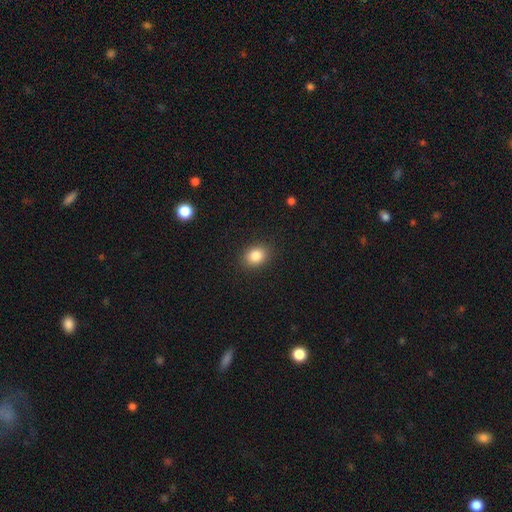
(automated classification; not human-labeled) Q: Smooth or featured?
A: smooth (84%); runner-up: star or artifact (10%)
Q: How rounded?
A: in between (50%); runner-up: round (49%)
Q: Merging?
A: none (89%); runner-up: minor disturbance (8%)